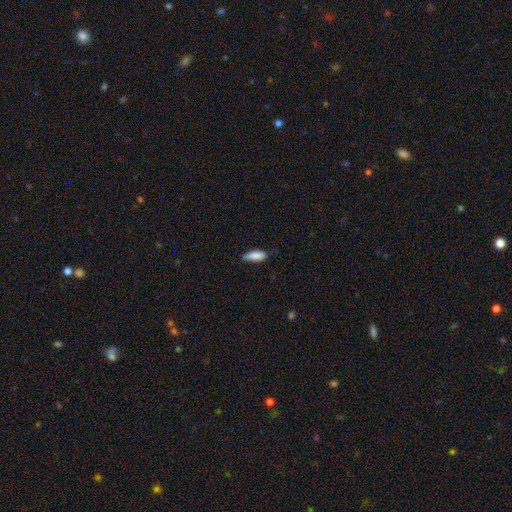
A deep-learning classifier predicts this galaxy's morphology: A smooth galaxy with no disk features (87%) that is in between round and cigar-shaped (62%).

Vote fractions:
- Smooth or featured? smooth: 87% / star or artifact: 6% / featured or disk: 6%
- How rounded? in between: 62% / cigar-shaped: 36% / round: 2%
- Merging? none: 75% / minor disturbance: 21% / major disturbance: 3% / merger: 1%